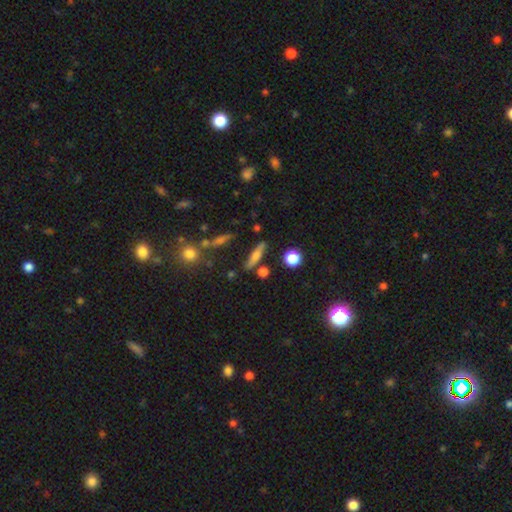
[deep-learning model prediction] smooth-or-featured: smooth: 57% | featured or disk: 33% | star or artifact: 11%
  how-rounded: cigar-shaped: 72% | in between: 21% | round: 8%
  merging: none: 79% | minor disturbance: 12% | merger: 6% | major disturbance: 3%